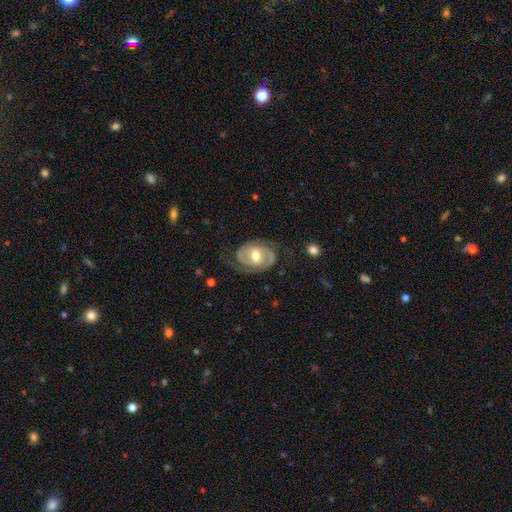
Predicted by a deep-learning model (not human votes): Q: Smooth or featured?
A: featured or disk (84%); runner-up: smooth (11%)
Q: Edge-on disk?
A: no (97%); runner-up: yes (3%)
Q: Bar?
A: weak (44%); runner-up: no (39%)
Q: Spiral arms?
A: yes (92%); runner-up: no (8%)
Q: Spiral winding?
A: medium (42%); tied with: tight (42%)
Q: Spiral arm count?
A: 2 (88%); runner-up: can't tell (6%)
Q: Bulge size?
A: moderate (77%); runner-up: small (13%)
Q: Merging?
A: none (72%); runner-up: minor disturbance (17%)